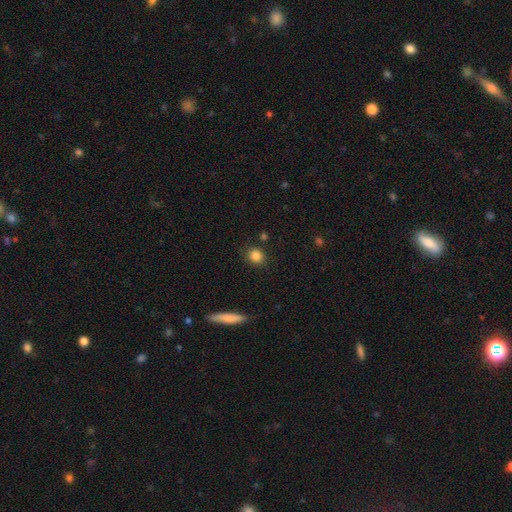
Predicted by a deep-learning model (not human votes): smooth 85%, star or artifact 10%, featured or disk 5%. Down the decision tree: how rounded — round (76%); merging — none (85%).